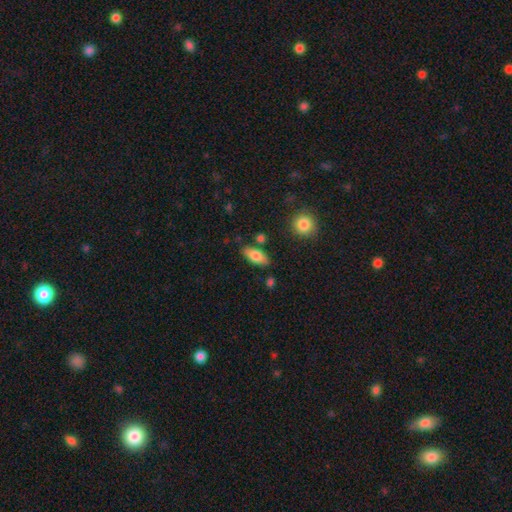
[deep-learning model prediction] Morphology: type=smooth (78%); roundness=in between (83%); merging=none (81%).